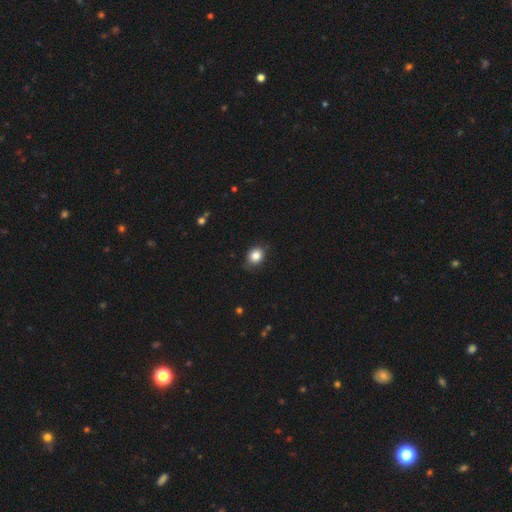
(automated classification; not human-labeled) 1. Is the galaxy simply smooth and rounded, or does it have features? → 84% smooth, 10% star or artifact, 7% featured or disk.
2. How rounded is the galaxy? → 60% round, 39% in between, 1% cigar-shaped.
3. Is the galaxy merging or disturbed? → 82% none, 14% minor disturbance, 3% major disturbance, 1% merger.